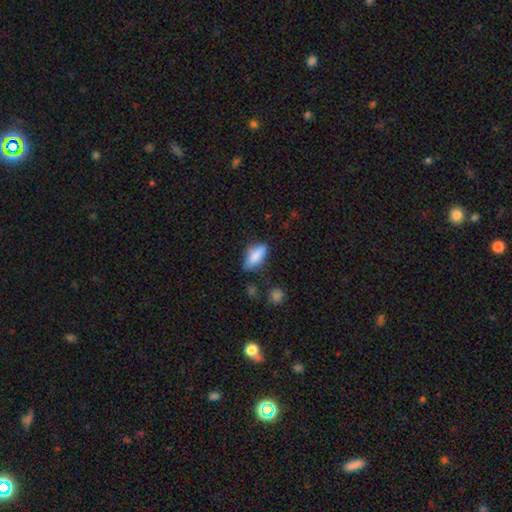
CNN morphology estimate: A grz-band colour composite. It shows a smooth galaxy with no disk features (77%) that is in between round and cigar-shaped (72%). Merging: none (69%).